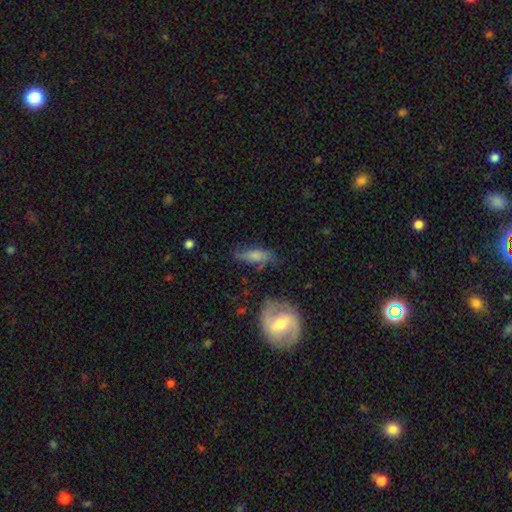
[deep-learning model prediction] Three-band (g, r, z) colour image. It shows a smooth galaxy with no disk features (61%) that is in between round and cigar-shaped (54%). Merging: none (64%).